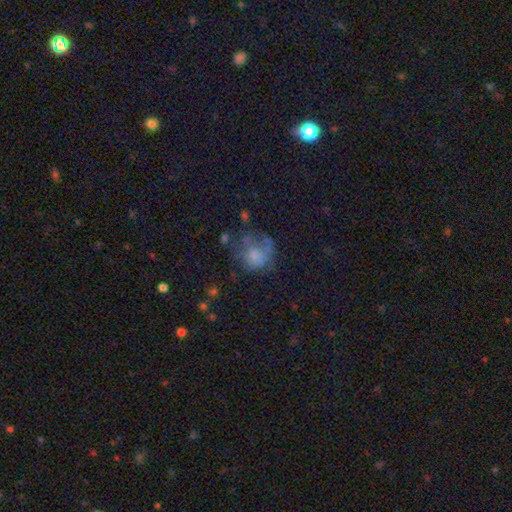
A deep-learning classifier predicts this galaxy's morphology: Q: Smooth or featured?
A: smooth (52%); runner-up: featured or disk (34%)
Q: How rounded?
A: round (73%); runner-up: in between (26%)
Q: Merging?
A: none (41%); runner-up: major disturbance (29%)